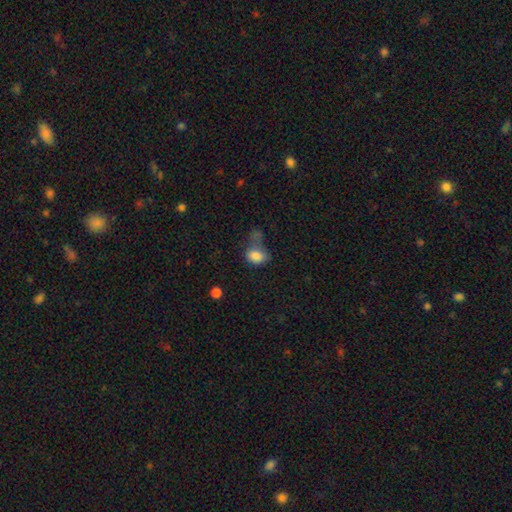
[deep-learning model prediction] Smooth or featured?
  - smooth: 82% *
  - star or artifact: 10%
  - featured or disk: 9%
How rounded?
  - in between: 70% *
  - round: 29%
  - cigar-shaped: 1%
Merging?
  - none: 31% *
  - minor disturbance: 23%
  - major disturbance: 23%
  - merger: 23%